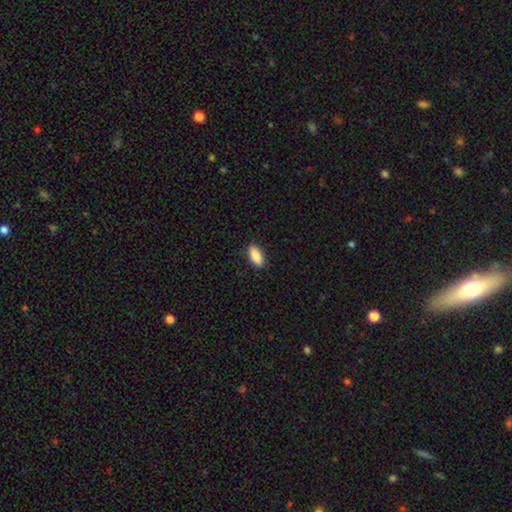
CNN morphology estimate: This is clearly a smooth galaxy (88%). How rounded: clearly in between (87%). Merging: clearly none (88%).